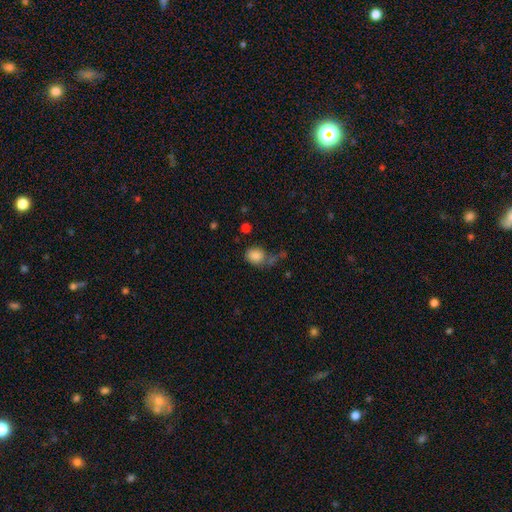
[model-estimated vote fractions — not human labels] This is clearly a smooth galaxy (85%). How rounded: possibly in between (54%). Merging: possibly none (50%).